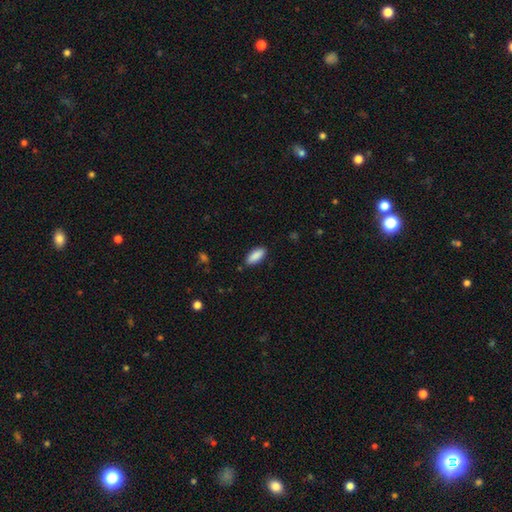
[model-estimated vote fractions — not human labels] Smooth or featured?
  - smooth: 89% *
  - star or artifact: 6%
  - featured or disk: 5%
How rounded?
  - in between: 83% *
  - cigar-shaped: 15%
  - round: 2%
Merging?
  - none: 87% *
  - minor disturbance: 10%
  - major disturbance: 2%
  - merger: 1%